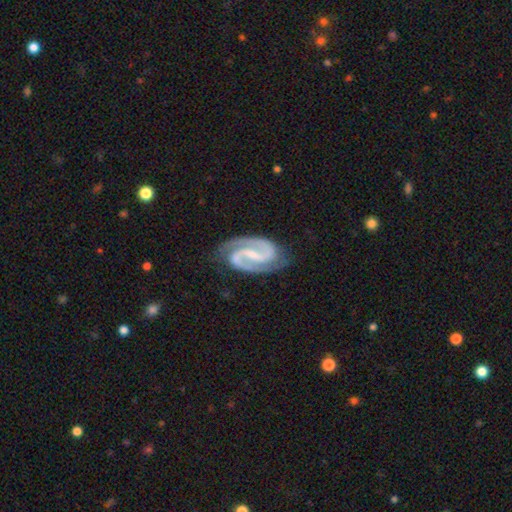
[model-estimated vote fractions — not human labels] Smooth or featured? featured or disk (93%)
Edge-on disk? no (98%)
Bar? strong (49%)
Spiral arms? yes (98%)
Spiral winding? medium (61%)
Spiral arm count? 2 (94%)
Bulge size? small (61%)
Merging? none (79%)